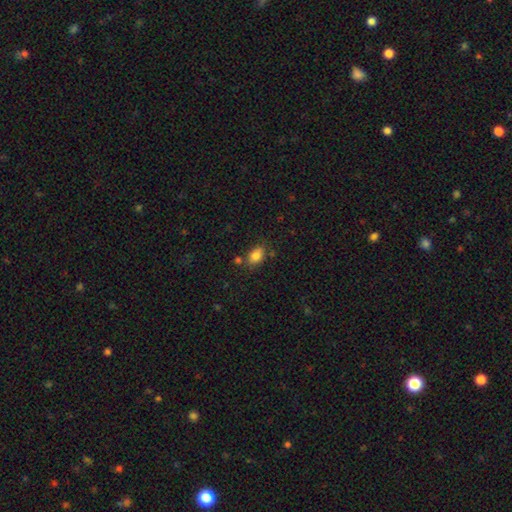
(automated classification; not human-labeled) smooth_or_featured: smooth (p=0.83) [alt: star or artifact p=0.10]
how_rounded: in between (p=0.83) [alt: round p=0.15]
merging: none (p=0.71) [alt: minor disturbance p=0.16]